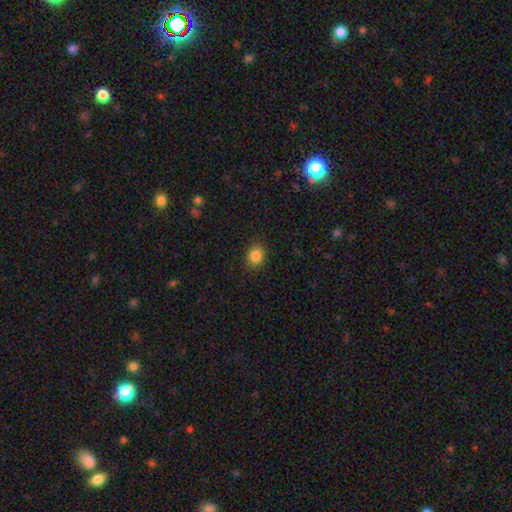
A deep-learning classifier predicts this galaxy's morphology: Smooth or featured? smooth (86%)
How rounded? round (64%)
Merging? none (89%)